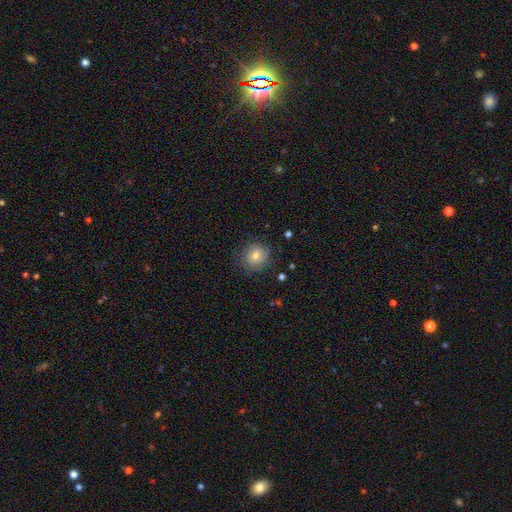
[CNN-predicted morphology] type=smooth (59%); roundness=round (82%); merging=none (77%).